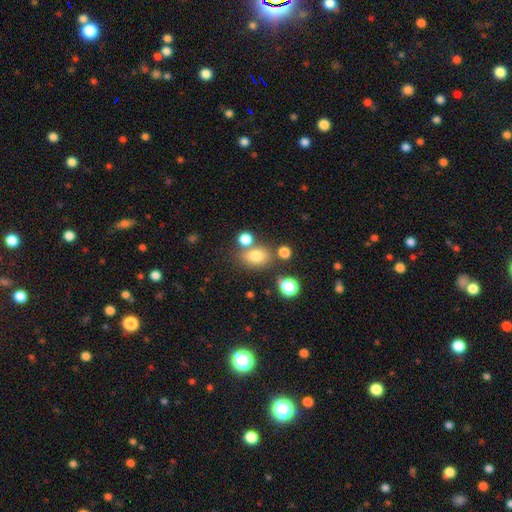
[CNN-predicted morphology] Smooth or featured? Predicted: smooth (p=0.76). How rounded? Predicted: in between (p=0.62). Merging? Predicted: none (p=0.66).